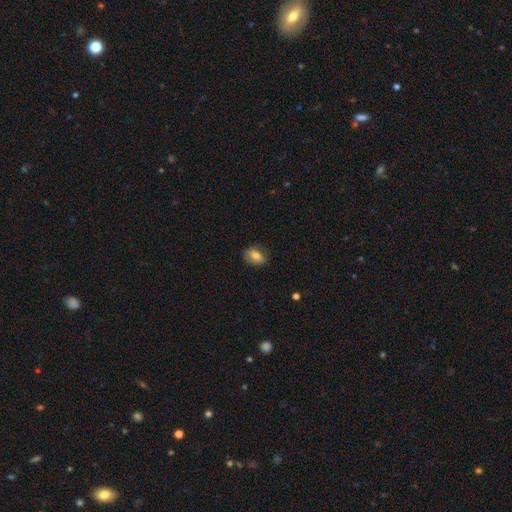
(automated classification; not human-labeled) Smooth or featured?
  - smooth: 72% *
  - featured or disk: 19%
  - star or artifact: 9%
How rounded?
  - in between: 74% *
  - round: 23%
  - cigar-shaped: 3%
Merging?
  - none: 82% *
  - minor disturbance: 14%
  - major disturbance: 3%
  - merger: 1%